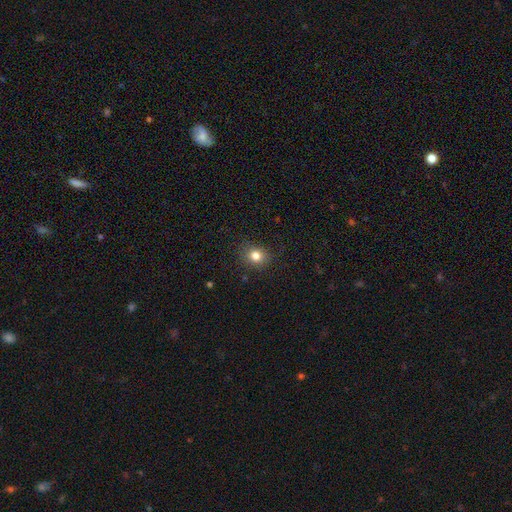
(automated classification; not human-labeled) Smooth or featured: smooth — 81% (star or artifact — 13%)
How rounded: round — 71% (in between — 28%)
Merging: none — 86% (minor disturbance — 10%)